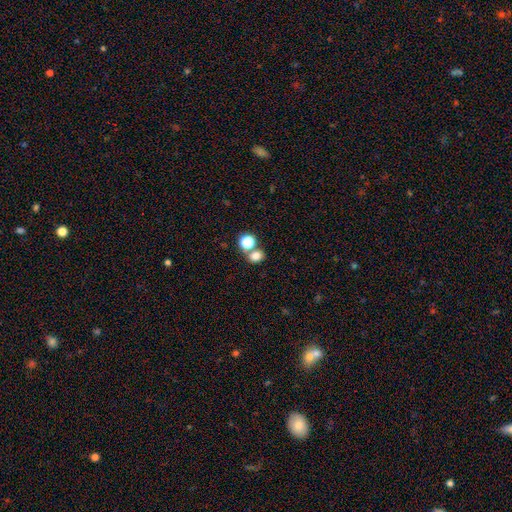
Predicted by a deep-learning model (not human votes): Overall: smooth (77%). How rounded: round (54%; in between 45%). Merging: none (55%; merger 33%).